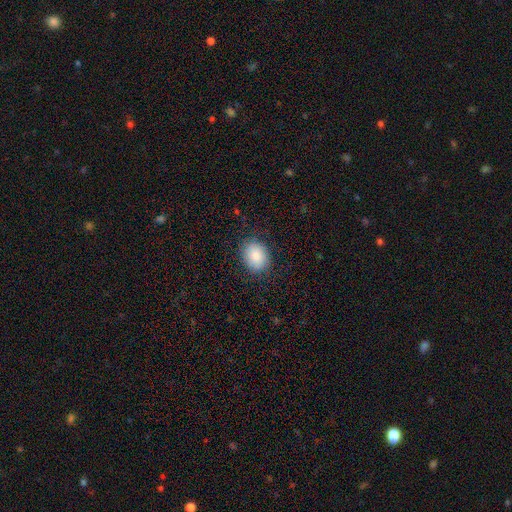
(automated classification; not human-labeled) Smooth or featured? Predicted: smooth (p=0.87). How rounded? Predicted: in between (p=0.51). Merging? Predicted: none (p=0.85).